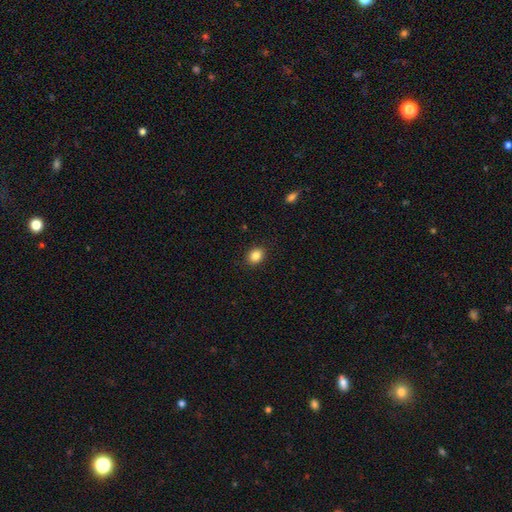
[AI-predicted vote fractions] Q: Smooth or featured?
A: smooth (86%); runner-up: star or artifact (9%)
Q: How rounded?
A: in between (54%); runner-up: round (45%)
Q: Merging?
A: none (90%); runner-up: minor disturbance (7%)